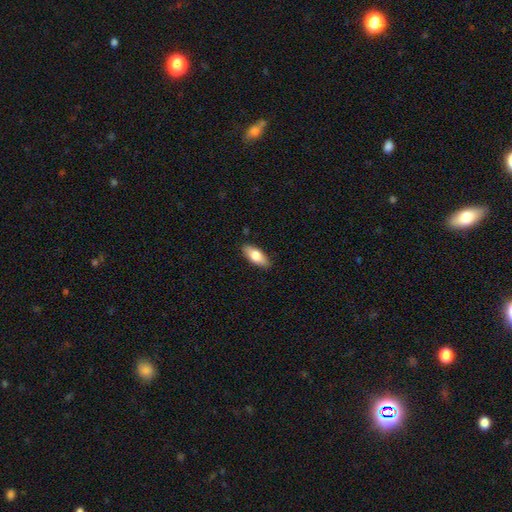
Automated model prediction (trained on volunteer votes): Smooth or featured? Predicted: smooth (p=0.76). How rounded? Predicted: in between (p=0.83). Merging? Predicted: none (p=0.87).